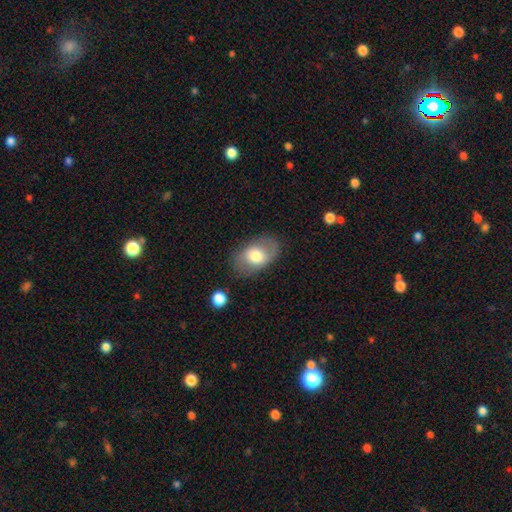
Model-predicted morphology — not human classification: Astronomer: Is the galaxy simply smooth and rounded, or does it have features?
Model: smooth — 66%.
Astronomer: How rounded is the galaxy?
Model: in between — 86%.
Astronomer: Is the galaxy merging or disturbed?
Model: none — 77%.